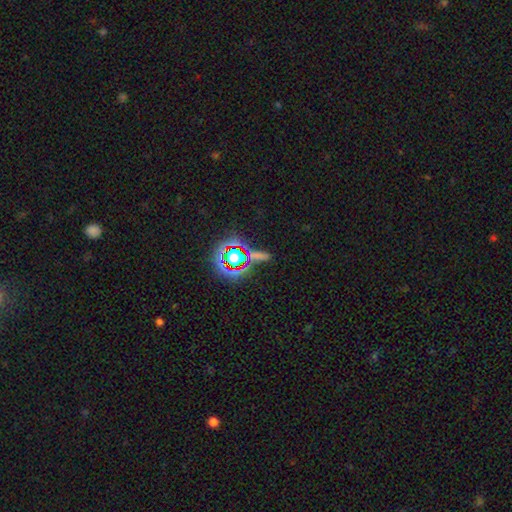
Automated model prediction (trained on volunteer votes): Overall: star or artifact (66%).